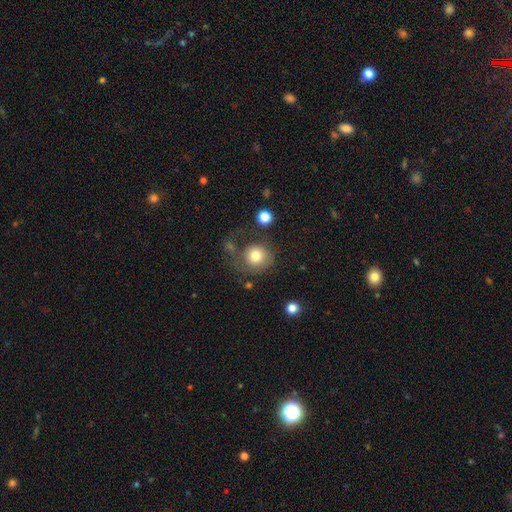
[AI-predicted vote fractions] A smooth galaxy with no disk features (78%) that is round (87%). Merging: none (51%).